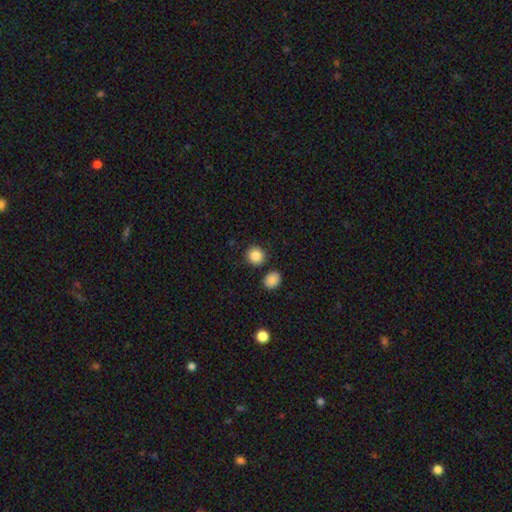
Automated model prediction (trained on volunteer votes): This is clearly a smooth galaxy (87%). How rounded: clearly round (88%). Merging: clearly none (85%).